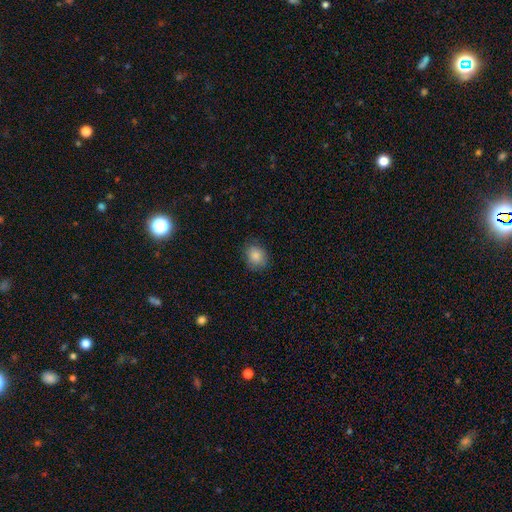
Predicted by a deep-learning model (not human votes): Smooth or featured? Predicted: smooth (p=0.86). How rounded? Predicted: round (p=0.61). Merging? Predicted: none (p=0.82).